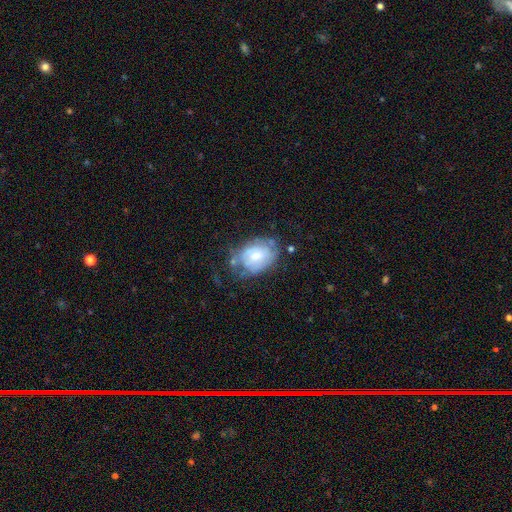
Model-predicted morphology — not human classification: Smooth or featured?
  - featured or disk: 50% *
  - smooth: 42%
  - star or artifact: 8%
Merging?
  - none: 50% *
  - minor disturbance: 30%
  - major disturbance: 15%
  - merger: 6%